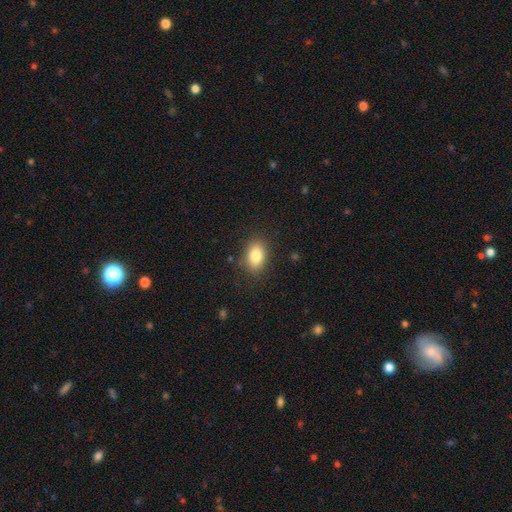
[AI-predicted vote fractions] Overall: smooth (83%). How rounded: in between (85%). Merging: none (85%).